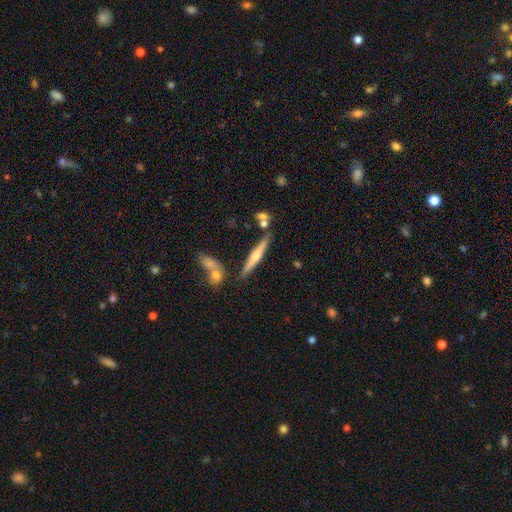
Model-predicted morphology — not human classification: A featured or disk galaxy (56%) viewed edge-on (96%) with a rounded central bulge (76%). Merging: none (76%).